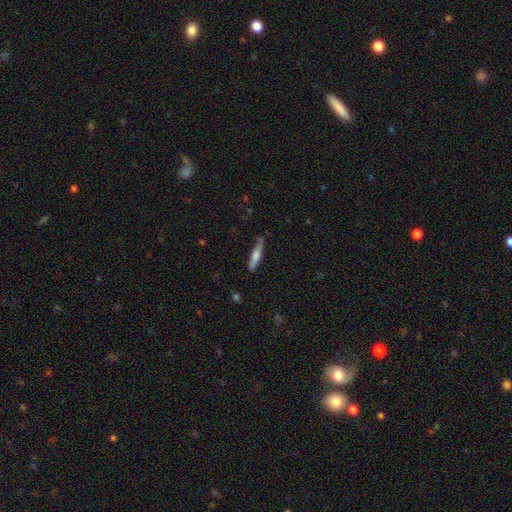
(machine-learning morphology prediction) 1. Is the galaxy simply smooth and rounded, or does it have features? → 55% smooth, 40% featured or disk, 6% star or artifact.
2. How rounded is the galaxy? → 89% cigar-shaped, 9% in between, 2% round.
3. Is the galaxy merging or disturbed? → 80% none, 16% minor disturbance, 3% major disturbance, 2% merger.